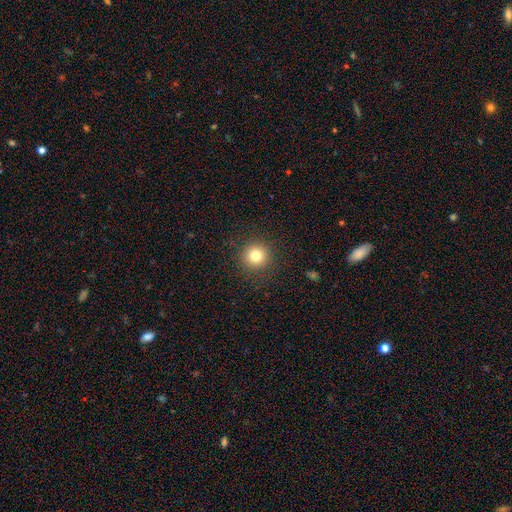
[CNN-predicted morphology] type=smooth (80%); roundness=round (95%); merging=none (91%).